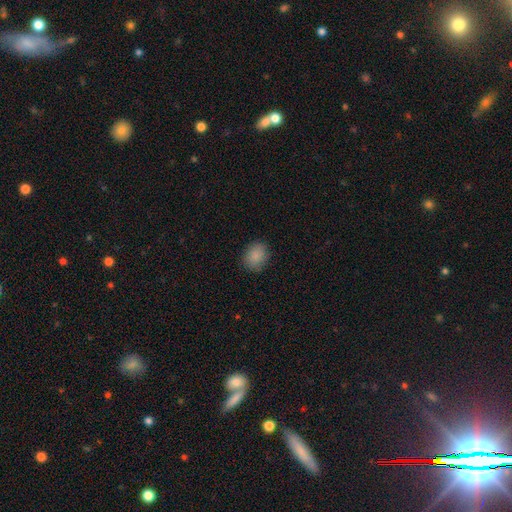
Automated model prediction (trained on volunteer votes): The model was most divided on "how rounded": round: 51%, in between: 48%, cigar-shaped: 1%. More confident: smooth or featured — smooth (87%); merging — none (84%).